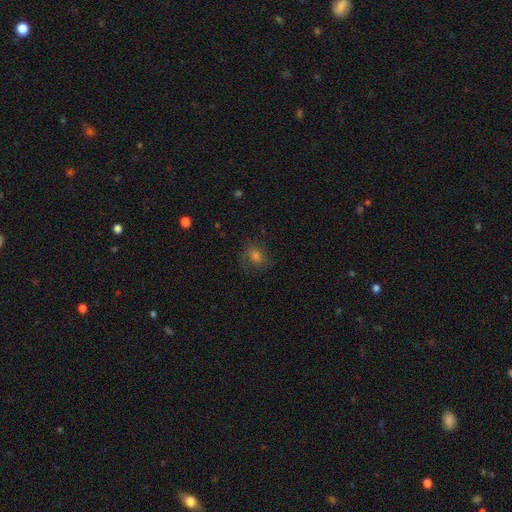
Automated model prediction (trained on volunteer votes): smooth 48%, featured or disk 30%, star or artifact 22%. Down the decision tree: merging — none (71%).